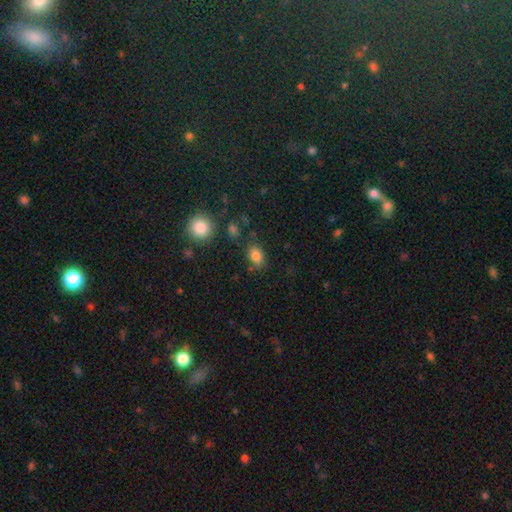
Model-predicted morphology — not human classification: Smooth or featured? smooth (82%)
How rounded? in between (78%)
Merging? none (77%)